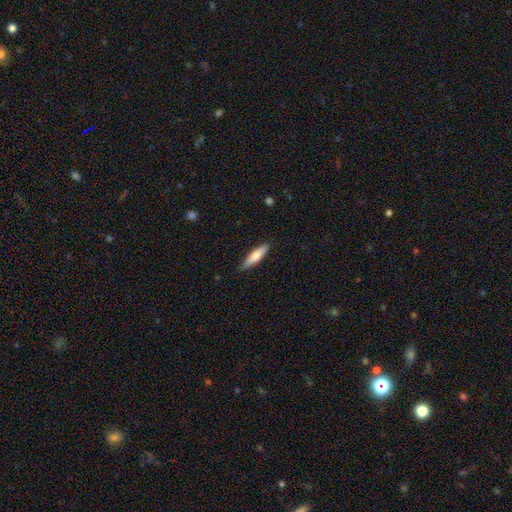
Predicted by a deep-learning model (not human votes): Smooth or featured: smooth — 68% (featured or disk — 26%)
How rounded: cigar-shaped — 78% (in between — 20%)
Merging: none — 86% (minor disturbance — 11%)